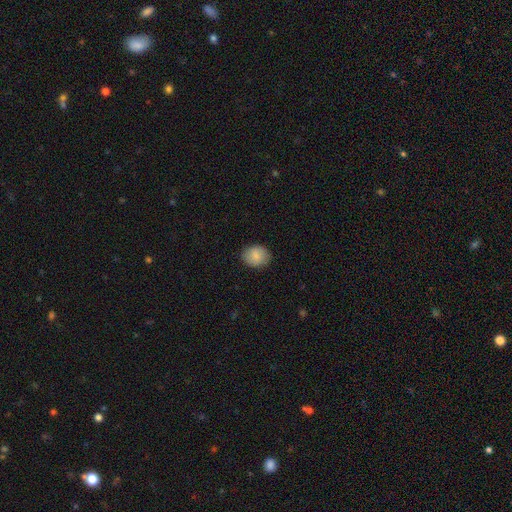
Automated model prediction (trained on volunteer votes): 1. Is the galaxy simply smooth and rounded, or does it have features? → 83% smooth, 9% featured or disk, 7% star or artifact.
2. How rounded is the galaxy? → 54% round, 45% in between, 1% cigar-shaped.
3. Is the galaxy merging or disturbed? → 87% none, 9% minor disturbance, 2% major disturbance, 1% merger.